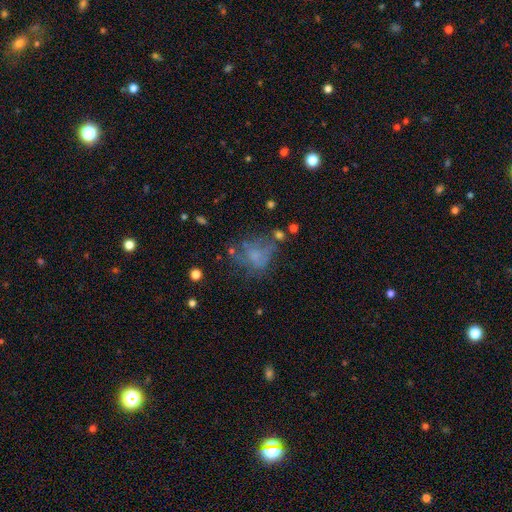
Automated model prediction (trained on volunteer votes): A smooth galaxy with no disk features (47%). Merging: none (38%).